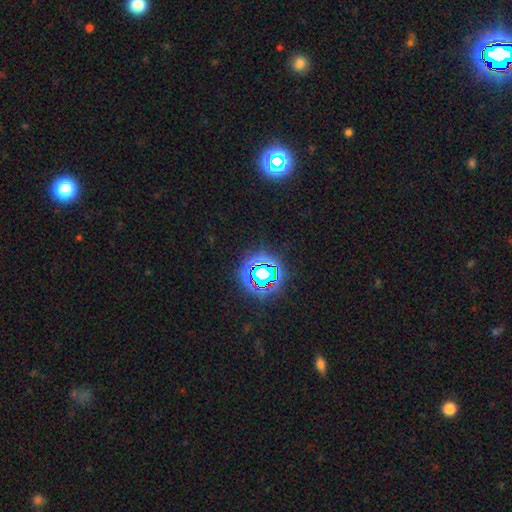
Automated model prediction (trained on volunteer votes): Morphology: type=star or artifact (77%).